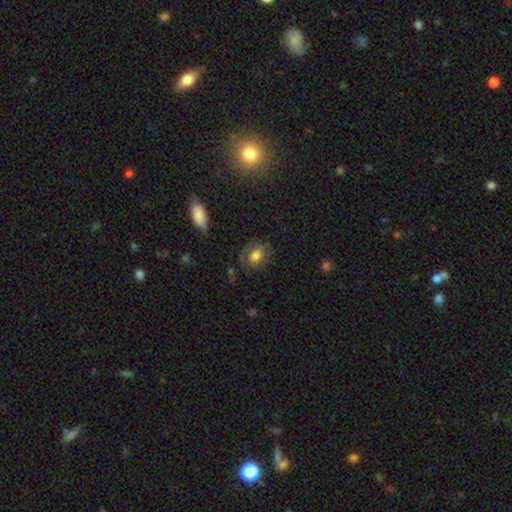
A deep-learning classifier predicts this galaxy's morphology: smooth_or_featured: smooth (p=0.58) [alt: featured or disk p=0.33]
how_rounded: in between (p=0.63) [alt: round p=0.36]
merging: none (p=0.70) [alt: minor disturbance p=0.18]